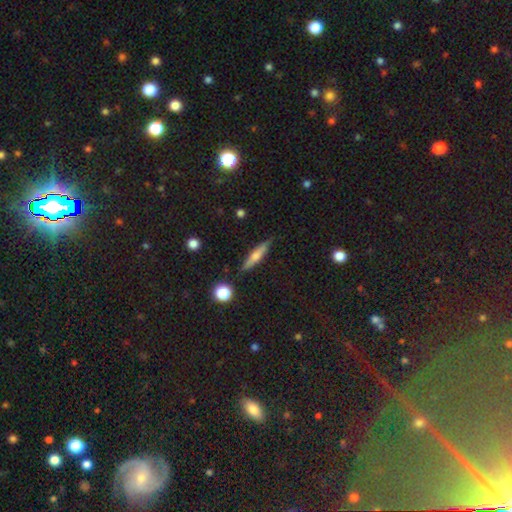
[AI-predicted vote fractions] This appears to be a smooth galaxy with no disk features (51%) that is cigar-shaped (83%). Merging: none (86%).